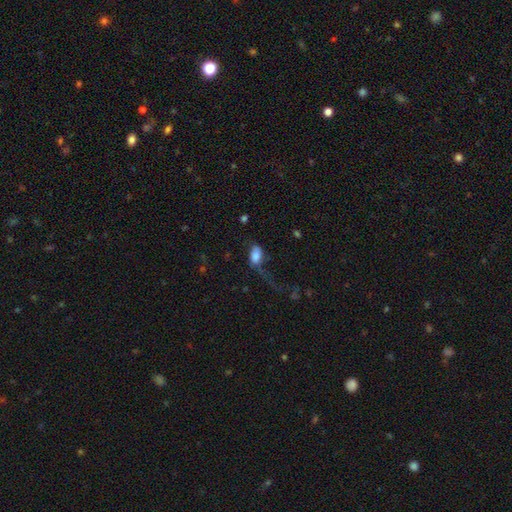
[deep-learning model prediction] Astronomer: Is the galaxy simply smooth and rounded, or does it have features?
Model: smooth — 72%.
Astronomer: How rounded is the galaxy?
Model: in between — 91%.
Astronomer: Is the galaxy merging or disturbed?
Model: major disturbance — 49% (runner-up: none, 26%).